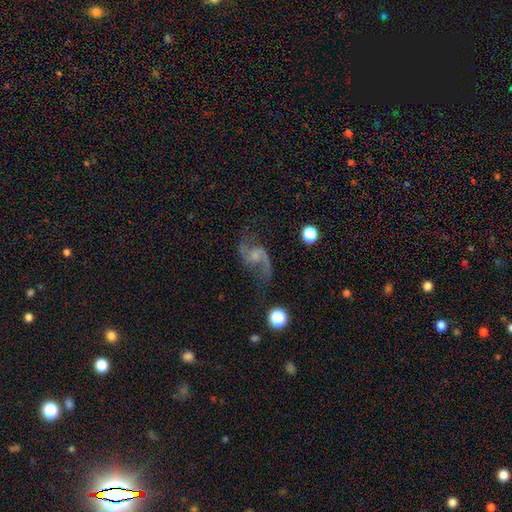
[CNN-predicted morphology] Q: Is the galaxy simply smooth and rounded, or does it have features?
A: featured or disk — 88%.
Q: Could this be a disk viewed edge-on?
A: no — 98%.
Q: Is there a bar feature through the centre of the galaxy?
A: no — 53%.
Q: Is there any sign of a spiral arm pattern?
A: yes — 97%.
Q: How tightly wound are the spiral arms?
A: loose — 75%.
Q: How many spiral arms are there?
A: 2 — 93%.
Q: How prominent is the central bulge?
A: small — 43%.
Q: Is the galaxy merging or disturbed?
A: none — 70%.